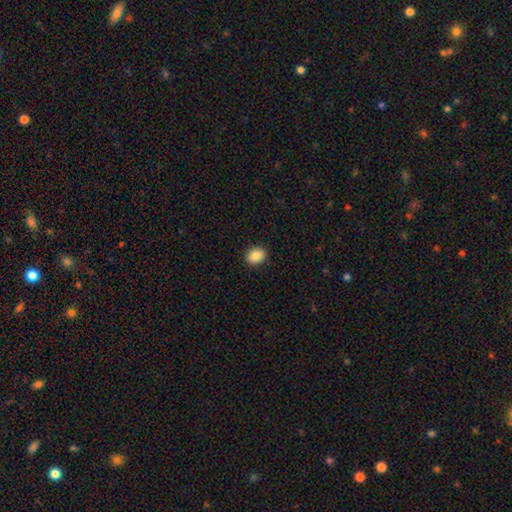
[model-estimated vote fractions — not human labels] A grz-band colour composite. It shows a smooth galaxy with no disk features (87%) that is round (64%). Merging: none (90%).